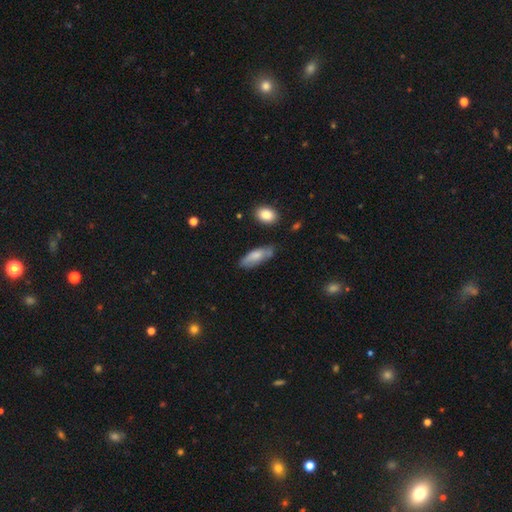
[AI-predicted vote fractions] smooth-or-featured: smooth: 73% | featured or disk: 20% | star or artifact: 7%
  how-rounded: in between: 70% | cigar-shaped: 27% | round: 2%
  merging: none: 65% | minor disturbance: 25% | major disturbance: 5% | merger: 4%